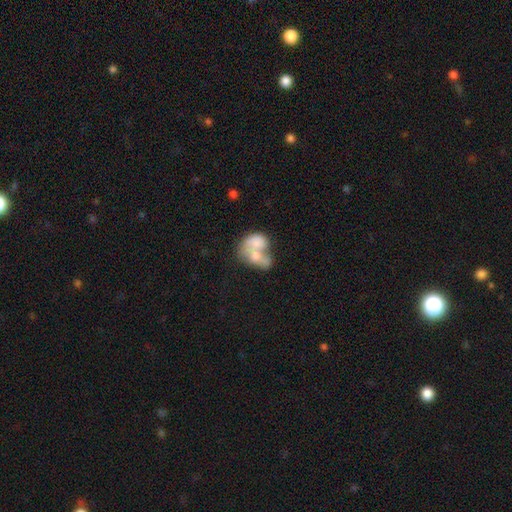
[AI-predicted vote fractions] Smooth or featured? Predicted: smooth (p=0.62). How rounded? Predicted: in between (p=0.69). Merging? Predicted: merger (p=0.75).